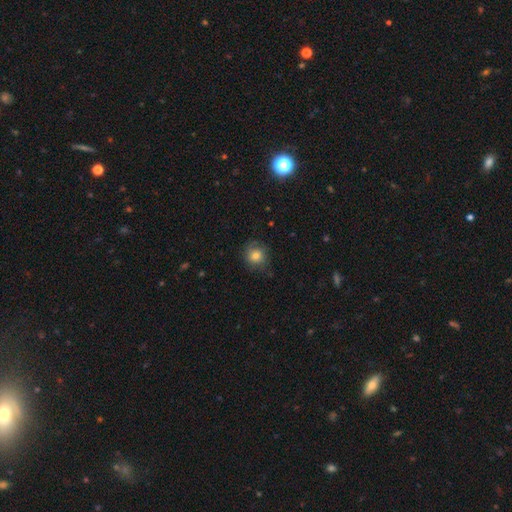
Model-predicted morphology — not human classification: Overall: smooth (78%). How rounded: round (86%). Merging: none (76%).